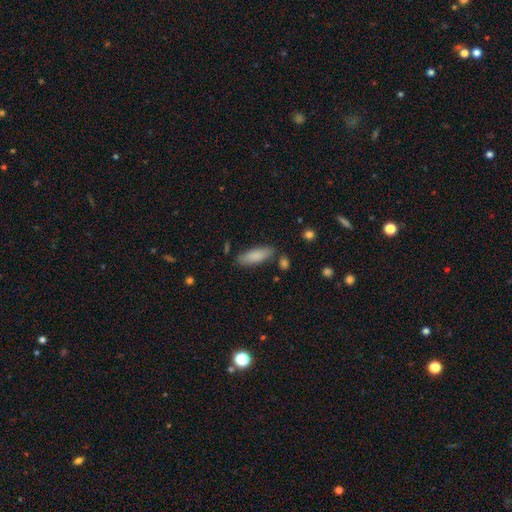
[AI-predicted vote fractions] The model was most divided on "how rounded": in between: 63%, cigar-shaped: 36%, round: 2%. More confident: smooth or featured — smooth (85%); merging — none (80%).